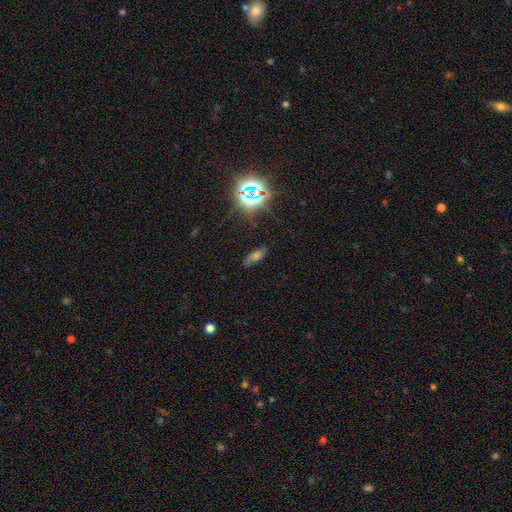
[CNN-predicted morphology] This is marginally a smooth galaxy (44%). Merging: clearly none (82%).